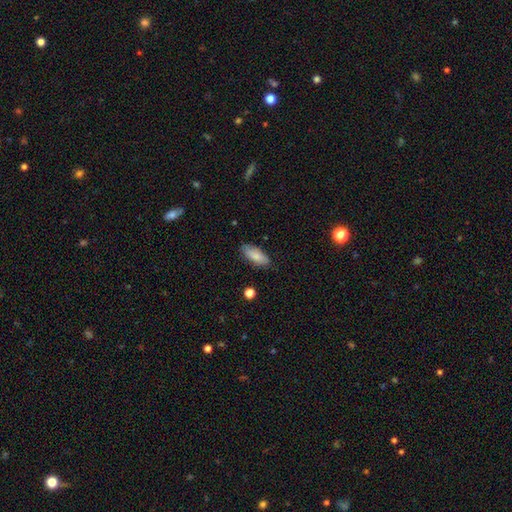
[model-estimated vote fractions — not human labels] This is clearly a smooth galaxy (81%). How rounded: clearly in between (83%). Merging: clearly none (80%).